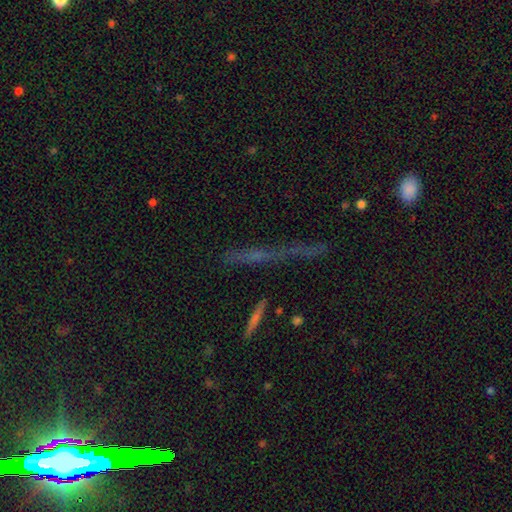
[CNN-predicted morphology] smooth-or-featured: star or artifact: 45% | featured or disk: 31% | smooth: 24%